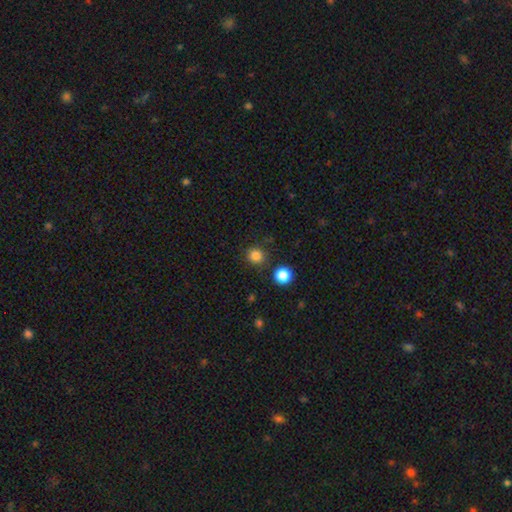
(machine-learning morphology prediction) The model was most divided on "smooth or featured": smooth: 83%, star or artifact: 13%, featured or disk: 4%. More confident: how rounded — round (90%); merging — none (86%).